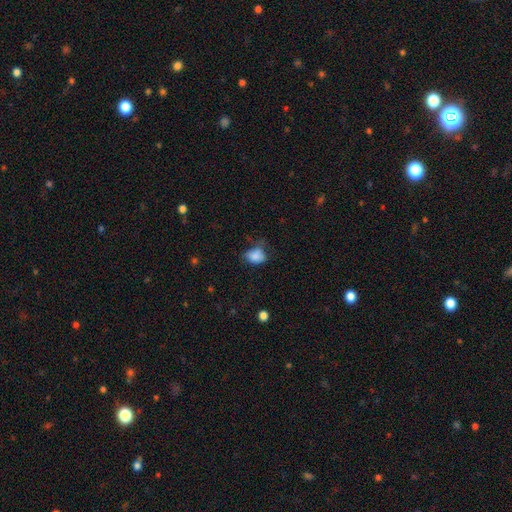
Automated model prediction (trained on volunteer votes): Overall: smooth (82%). How rounded: in between (71%). Merging: none (44%; minor disturbance 35%).